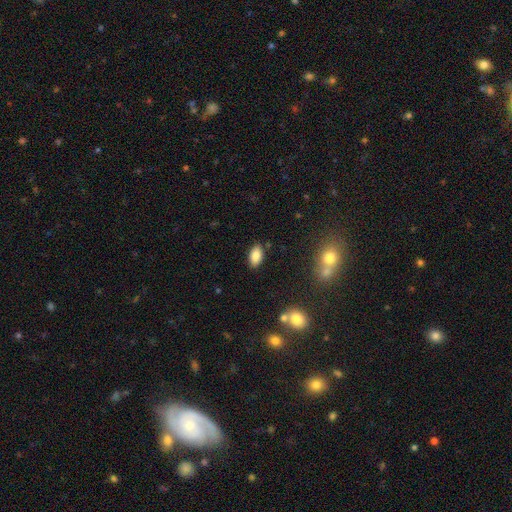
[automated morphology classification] This is clearly a smooth galaxy (85%). How rounded: clearly in between (93%). Merging: clearly none (86%).